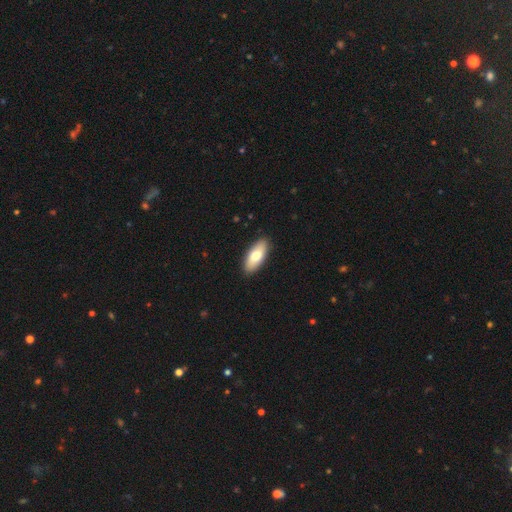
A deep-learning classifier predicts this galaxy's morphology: A smooth galaxy with no disk features (75%) that is in between round and cigar-shaped (84%). Merging: none (90%).